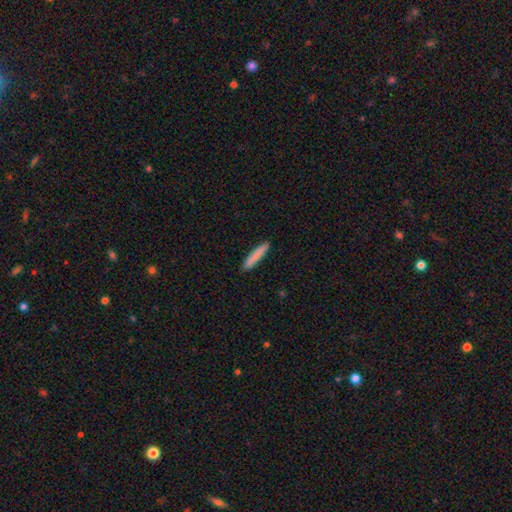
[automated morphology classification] This is clearly a smooth galaxy (85%). How rounded: clearly cigar-shaped (92%). Merging: clearly none (91%).